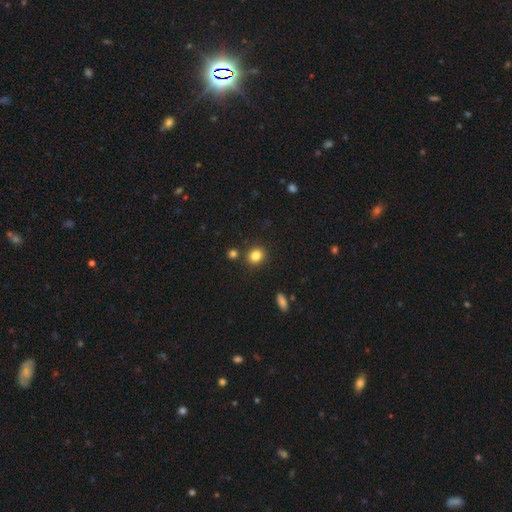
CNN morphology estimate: smooth-or-featured: smooth: 83% | star or artifact: 11% | featured or disk: 5%
  how-rounded: round: 75% | in between: 24% | cigar-shaped: 1%
  merging: none: 84% | minor disturbance: 8% | merger: 5% | major disturbance: 2%